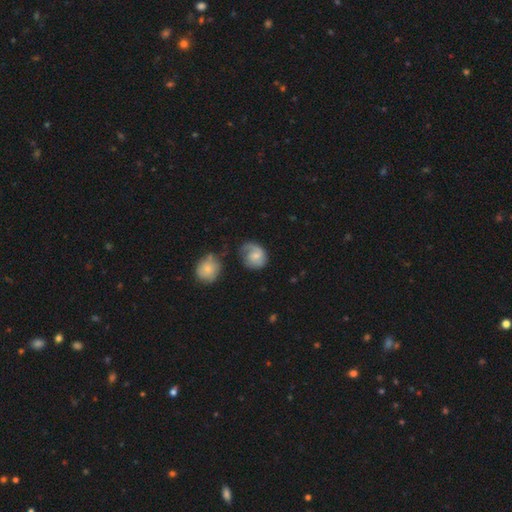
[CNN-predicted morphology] Overall: featured or disk (52%; smooth 41%). Edge-on disk: no (97%). Bar: no (61%; weak 34%). Spiral arms: yes (86%). Bulge size: small (46%; moderate 40%). Merging: none (49%; minor disturbance 28%).